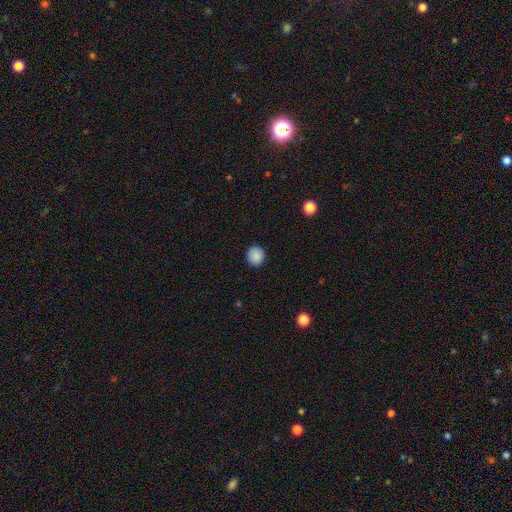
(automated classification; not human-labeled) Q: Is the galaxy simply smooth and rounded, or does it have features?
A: smooth — 88%.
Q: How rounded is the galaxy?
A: round — 88%.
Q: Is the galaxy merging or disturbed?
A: none — 91%.